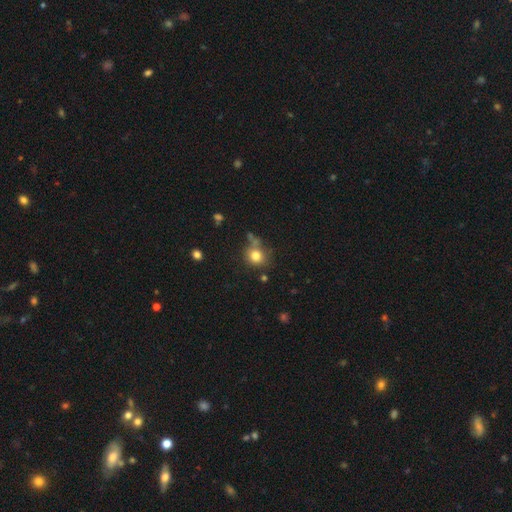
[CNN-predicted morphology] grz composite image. It shows a smooth galaxy with no disk features (80%) that is round (81%). Merging: none (65%).